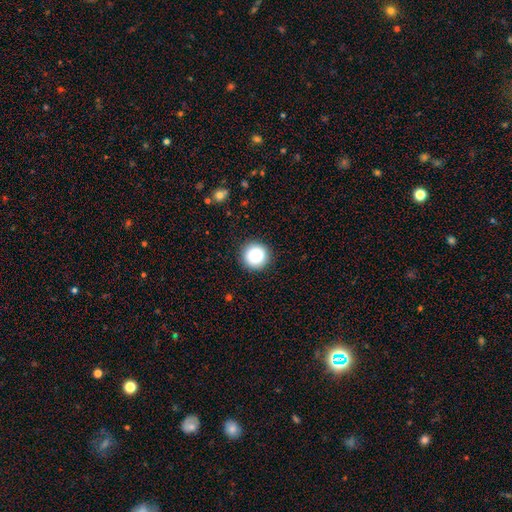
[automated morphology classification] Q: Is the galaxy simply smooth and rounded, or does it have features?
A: smooth — 86%.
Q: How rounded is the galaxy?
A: round — 96%.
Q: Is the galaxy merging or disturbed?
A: none — 92%.